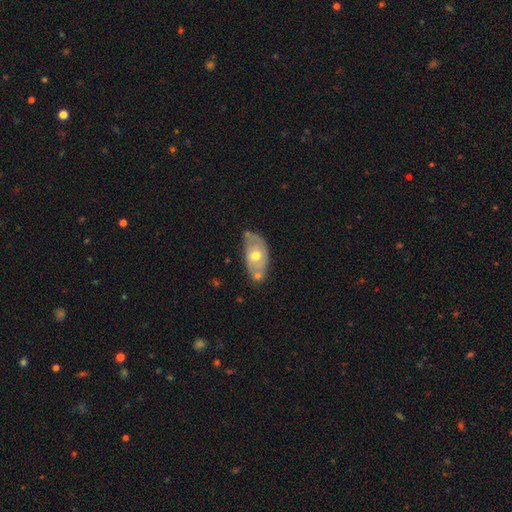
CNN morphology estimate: Smooth or featured: featured or disk — 54% (smooth — 40%)
Edge-on disk: no — 88% (yes — 12%)
Merging: none — 51% (minor disturbance — 26%)